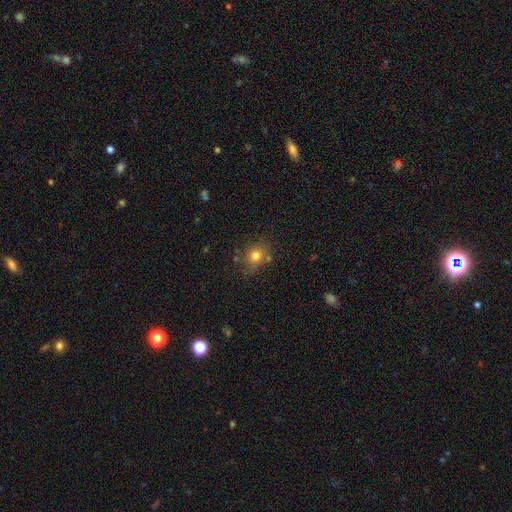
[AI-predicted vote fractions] This is likely a smooth galaxy (76%). How rounded: likely round (69%). Merging: likely none (71%).